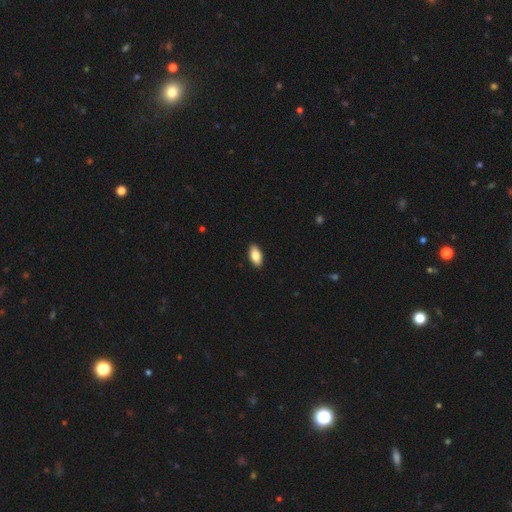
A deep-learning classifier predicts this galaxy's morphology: A smooth galaxy with no disk features (82%) that is in between round and cigar-shaped (90%).

Vote fractions:
- Smooth or featured? smooth: 82% / featured or disk: 12% / star or artifact: 6%
- How rounded? in between: 90% / cigar-shaped: 7% / round: 3%
- Merging? none: 90% / minor disturbance: 7% / major disturbance: 2% / merger: 1%